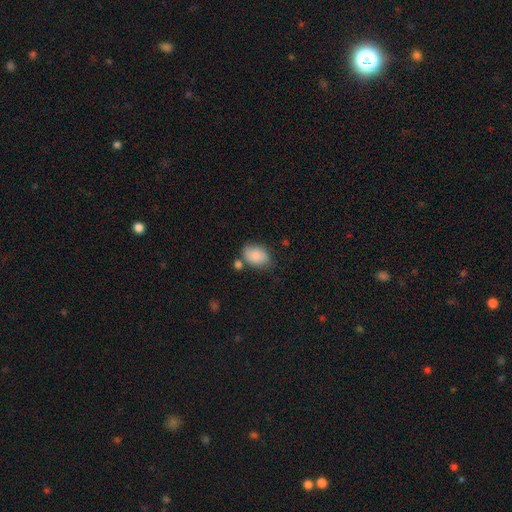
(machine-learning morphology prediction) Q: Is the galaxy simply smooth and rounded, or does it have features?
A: smooth — 85%.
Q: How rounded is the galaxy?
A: in between — 80%.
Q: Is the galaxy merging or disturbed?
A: none — 63%.